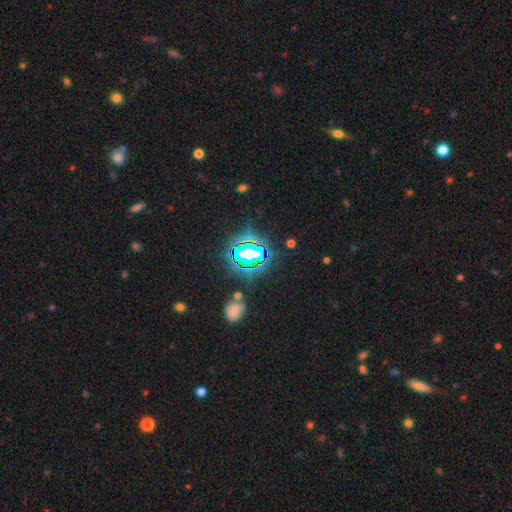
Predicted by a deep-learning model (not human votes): Smooth or featured? Predicted: star or artifact (p=0.80).